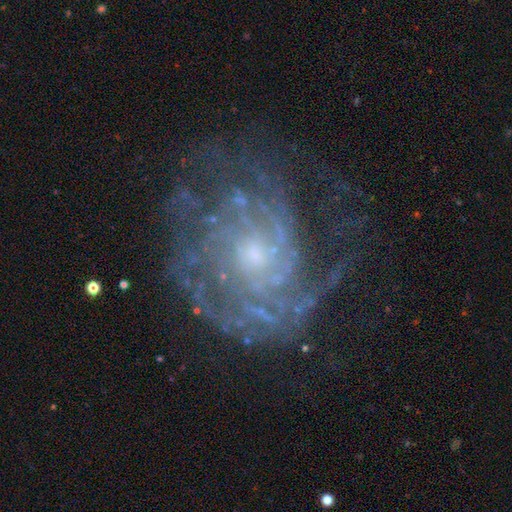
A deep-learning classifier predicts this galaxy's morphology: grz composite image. It shows a featured or disk galaxy (85%) with no bar (78%), tight (64%) spiral arms (93%) and a small central bulge (64%). Merging: none (64%).